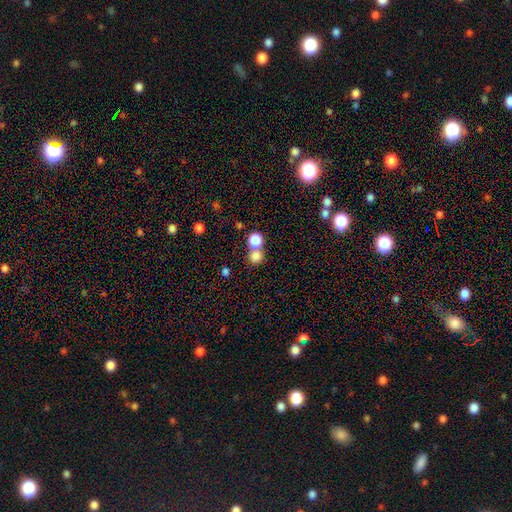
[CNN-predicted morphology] The model was most divided on "merging": none: 50%, merger: 41%, minor disturbance: 6%, major disturbance: 3%. More confident: how rounded — round (86%); smooth or featured — smooth (80%).